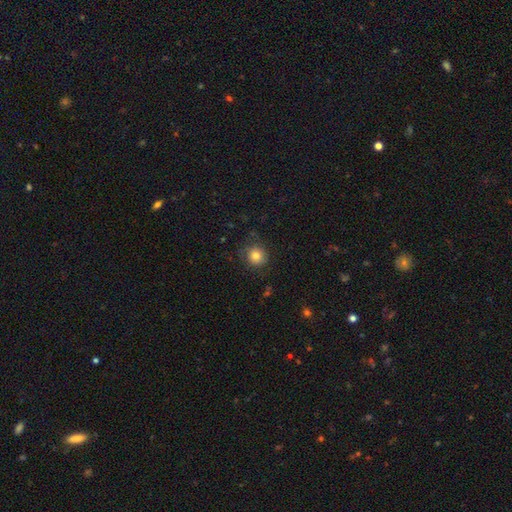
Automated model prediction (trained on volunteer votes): The model was most divided on "merging": none: 78%, minor disturbance: 15%, major disturbance: 5%, merger: 1%. More confident: how rounded — round (90%); smooth or featured — smooth (81%).